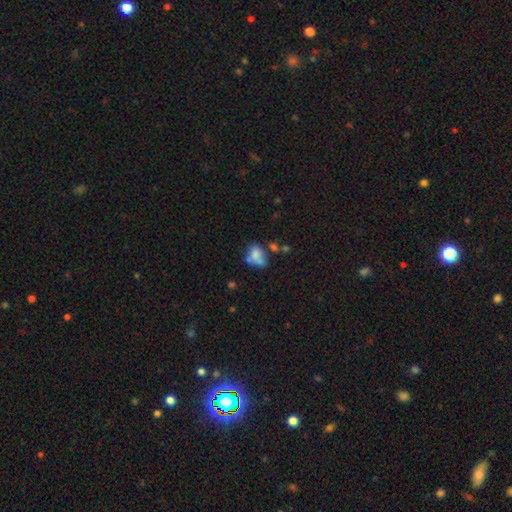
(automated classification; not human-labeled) Smooth or featured?
  - smooth: 65% *
  - featured or disk: 23%
  - star or artifact: 11%
How rounded?
  - in between: 66% *
  - round: 33%
  - cigar-shaped: 1%
Merging?
  - merger: 33% *
  - none: 30%
  - minor disturbance: 22%
  - major disturbance: 16%